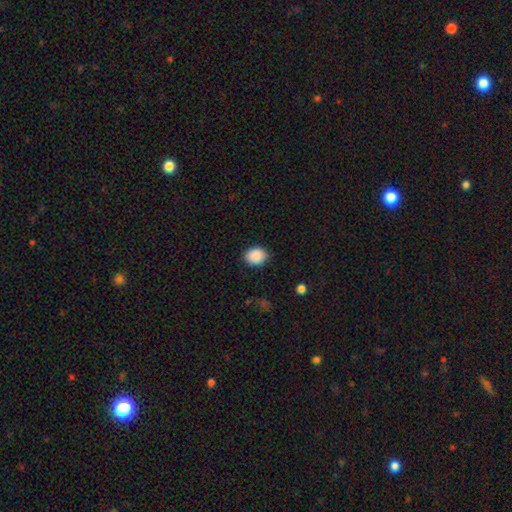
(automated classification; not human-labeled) Smooth or featured? Predicted: smooth (p=0.90). How rounded? Predicted: round (p=0.50). Merging? Predicted: none (p=0.87).